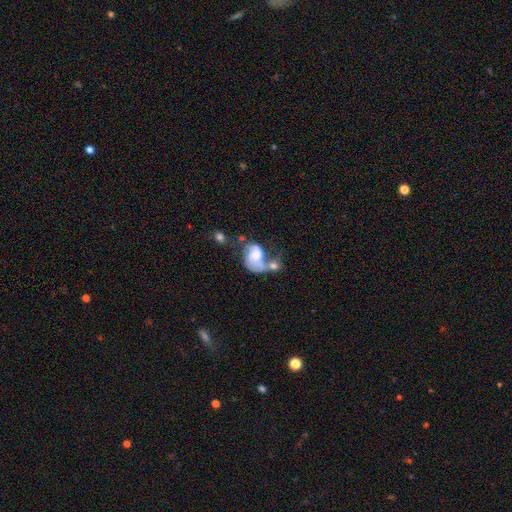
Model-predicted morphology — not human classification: The model was most divided on "smooth or featured": featured or disk: 54%, smooth: 39%, star or artifact: 8%. Remaining: edge-on disk — no (97%); spiral arms — yes (71%); bar — no (70%); merging — merger (52%); bulge size — moderate (44%).